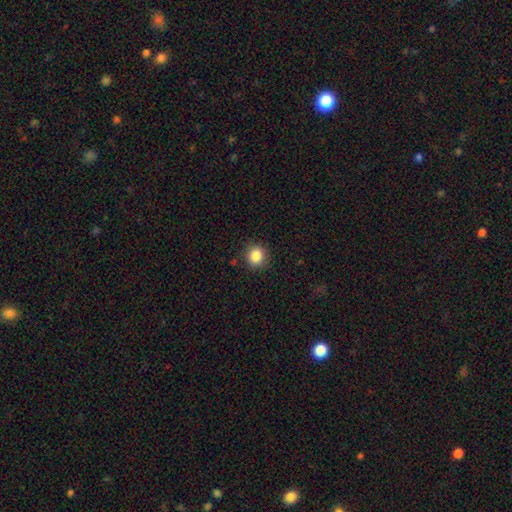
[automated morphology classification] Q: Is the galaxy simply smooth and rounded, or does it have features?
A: smooth — 85%.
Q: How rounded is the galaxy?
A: round — 85%.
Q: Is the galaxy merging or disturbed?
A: none — 88%.